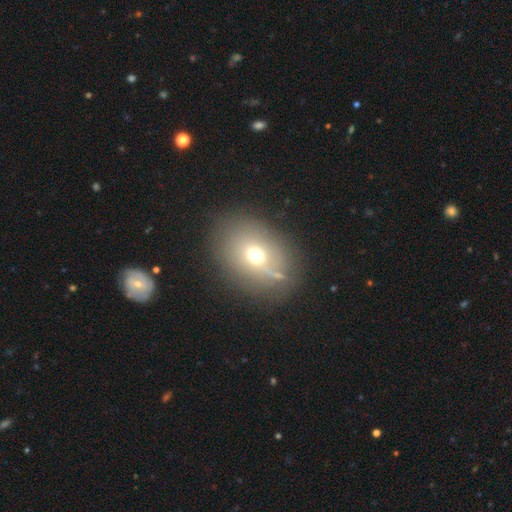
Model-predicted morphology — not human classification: A smooth galaxy with no disk features (58%) that is in between round and cigar-shaped (56%). Merging: none (70%).